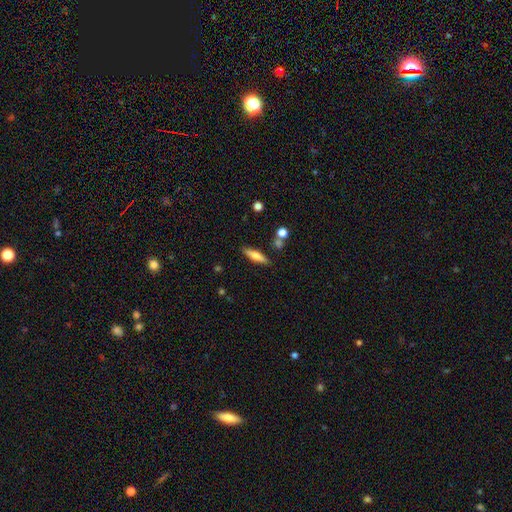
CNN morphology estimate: Q: Smooth or featured?
A: smooth (57%); runner-up: featured or disk (36%)
Q: How rounded?
A: cigar-shaped (72%); runner-up: in between (25%)
Q: Merging?
A: none (83%); runner-up: minor disturbance (10%)